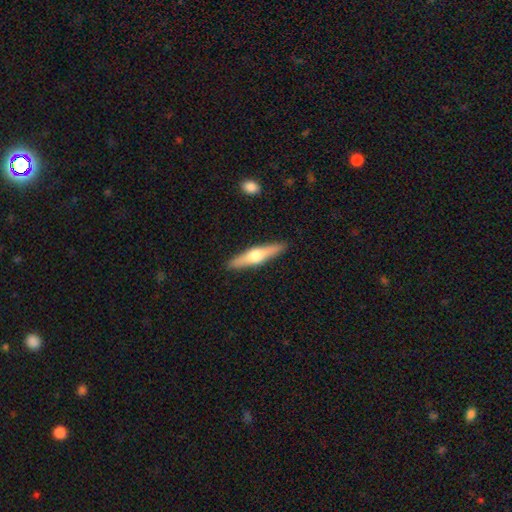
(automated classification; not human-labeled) smooth-or-featured: featured or disk: 59% | smooth: 36% | star or artifact: 5%
  disk-edge-on: yes: 95% | no: 5%
    edge-on-bulge: rounded: 94% | boxy: 4% | none: 3%
  merging: none: 91% | minor disturbance: 7% | major disturbance: 1% | merger: 1%